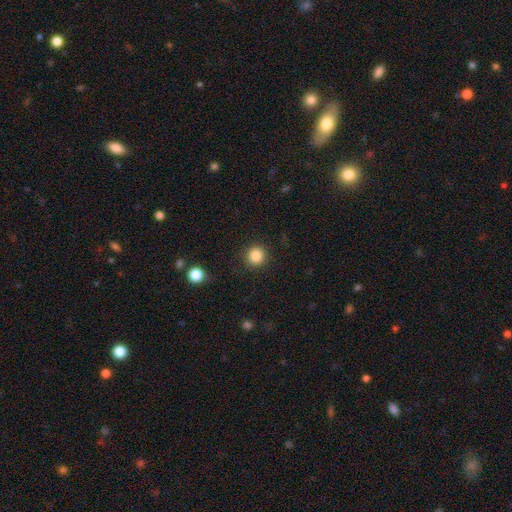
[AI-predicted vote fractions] Q: Smooth or featured?
A: smooth (85%); runner-up: star or artifact (11%)
Q: How rounded?
A: round (93%); runner-up: in between (6%)
Q: Merging?
A: none (90%); runner-up: minor disturbance (6%)